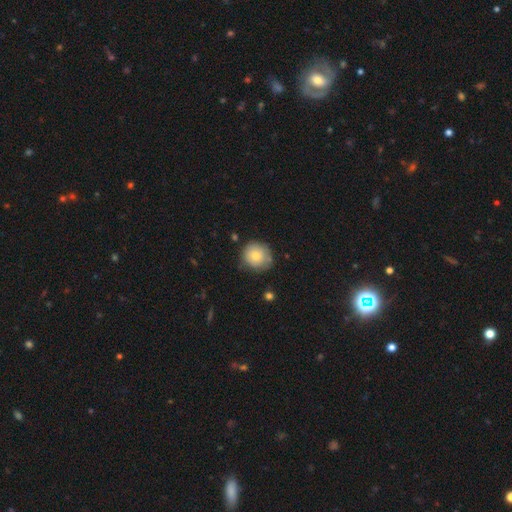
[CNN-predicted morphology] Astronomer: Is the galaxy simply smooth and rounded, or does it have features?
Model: smooth — 76%.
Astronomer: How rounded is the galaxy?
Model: round — 90%.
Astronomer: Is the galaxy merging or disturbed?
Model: none — 72%.